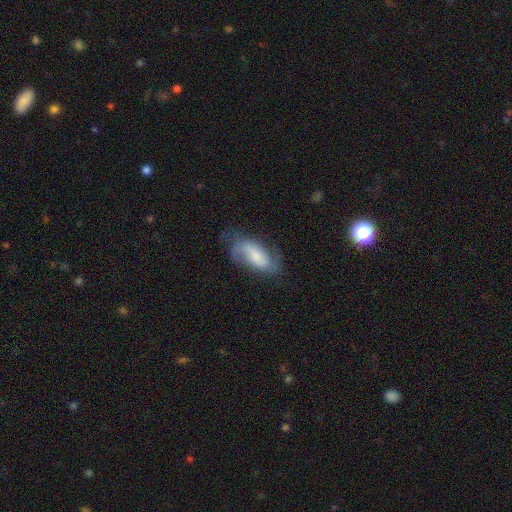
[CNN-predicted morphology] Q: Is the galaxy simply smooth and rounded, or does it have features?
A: featured or disk — 47%.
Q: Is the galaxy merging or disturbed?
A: none — 53%.